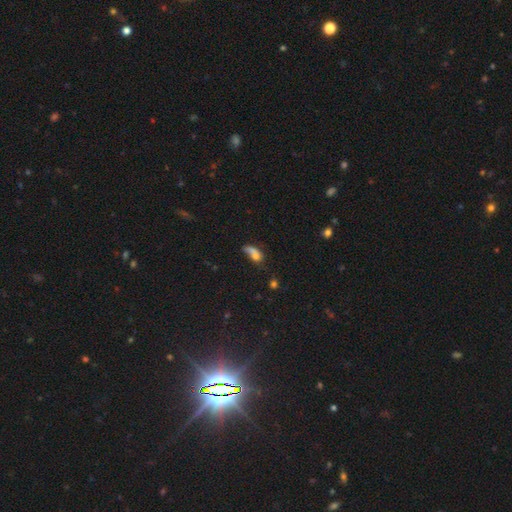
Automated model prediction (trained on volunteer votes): smooth-or-featured: smooth: 63% | featured or disk: 22% | star or artifact: 14%
  how-rounded: in between: 70% | cigar-shaped: 17% | round: 12%
  merging: major disturbance: 30% | none: 29% | minor disturbance: 20% | merger: 20%